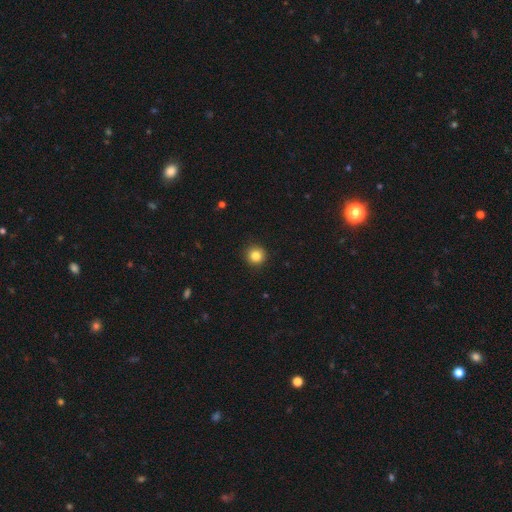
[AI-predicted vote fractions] This appears to be a smooth galaxy with no disk features (84%) that is round (95%). Merging: none (92%).